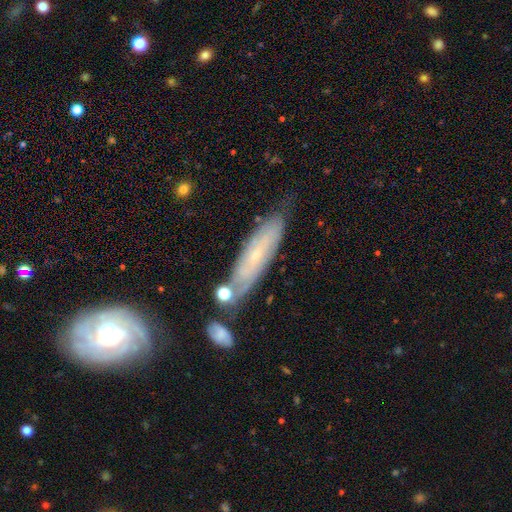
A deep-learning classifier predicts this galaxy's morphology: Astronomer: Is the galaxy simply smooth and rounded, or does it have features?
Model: featured or disk — 61%.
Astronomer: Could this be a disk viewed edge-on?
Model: no — 65%.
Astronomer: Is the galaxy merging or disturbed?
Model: none — 65%.